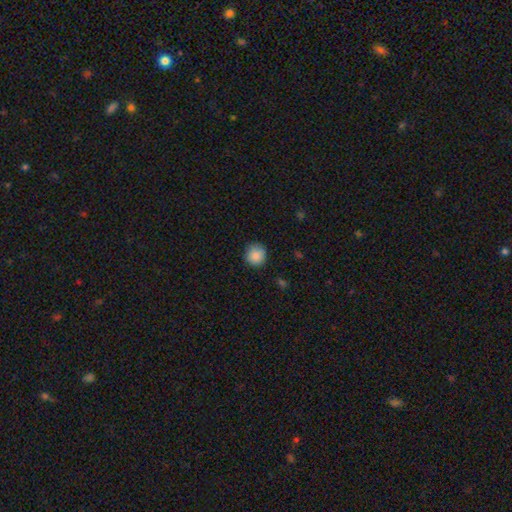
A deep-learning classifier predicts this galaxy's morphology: This appears to be a smooth galaxy with no disk features (88%) that is round (92%). Merging: none (87%).